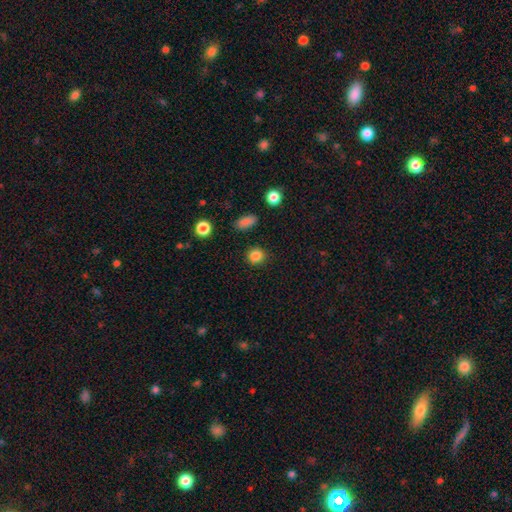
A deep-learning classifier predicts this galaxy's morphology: type=smooth (85%); roundness=round (87%); merging=none (89%).